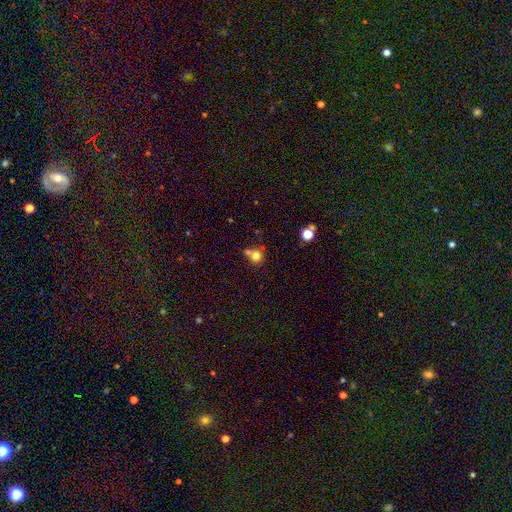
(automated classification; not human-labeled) smooth-or-featured: smooth: 76% | star or artifact: 14% | featured or disk: 10%
  how-rounded: round: 86% | in between: 13% | cigar-shaped: 1%
  merging: none: 50% | merger: 34% | minor disturbance: 11% | major disturbance: 5%